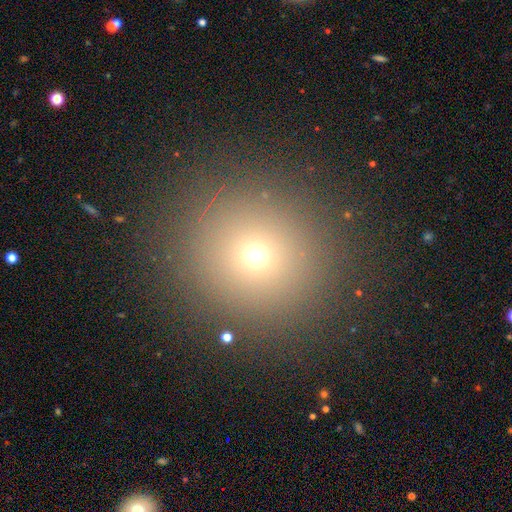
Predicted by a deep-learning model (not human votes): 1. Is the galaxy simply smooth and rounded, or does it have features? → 67% smooth, 24% star or artifact, 9% featured or disk.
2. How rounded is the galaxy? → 91% round, 8% in between, 1% cigar-shaped.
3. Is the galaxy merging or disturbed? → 90% none, 6% minor disturbance, 3% major disturbance, 2% merger.